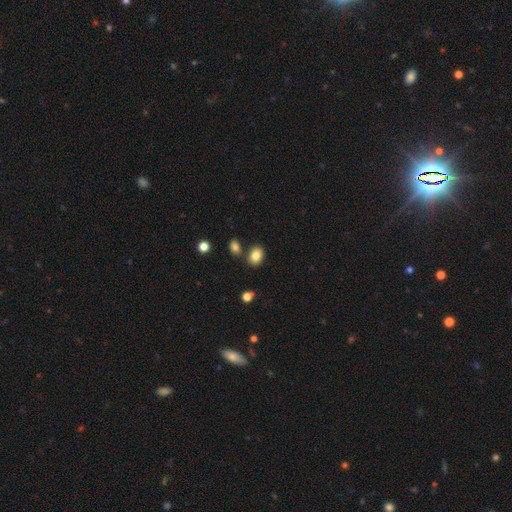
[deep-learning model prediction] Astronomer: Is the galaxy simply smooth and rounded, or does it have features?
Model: smooth — 83%.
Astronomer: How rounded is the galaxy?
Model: in between — 67%.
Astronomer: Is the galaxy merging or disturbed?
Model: none — 77%.